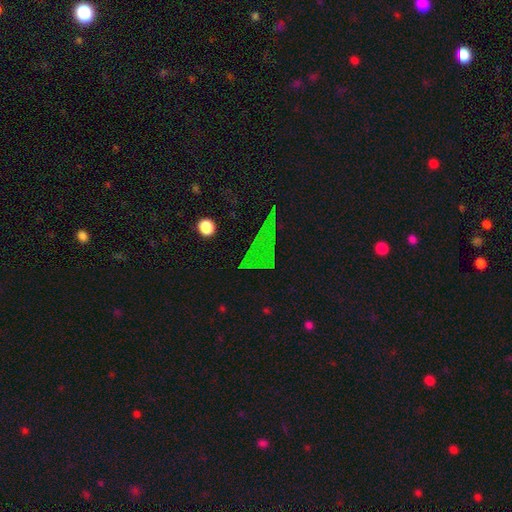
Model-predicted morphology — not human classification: This is possibly a star or artifact rather than a galaxy (58%).